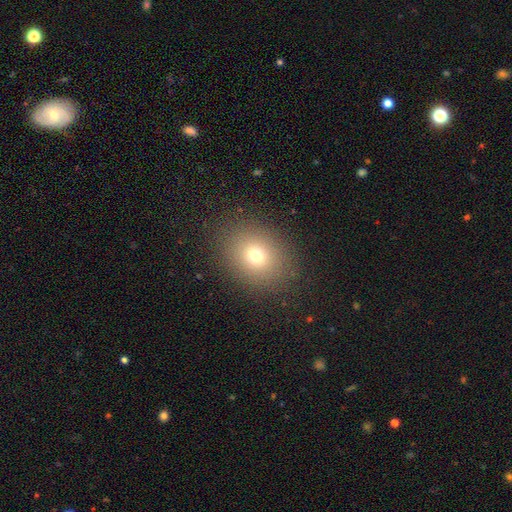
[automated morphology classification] A smooth galaxy with no disk features (72%) that is round (54%).

Vote fractions:
- Smooth or featured? smooth: 72% / star or artifact: 16% / featured or disk: 12%
- How rounded? round: 54% / in between: 45% / cigar-shaped: 1%
- Merging? none: 86% / minor disturbance: 9% / major disturbance: 4% / merger: 1%